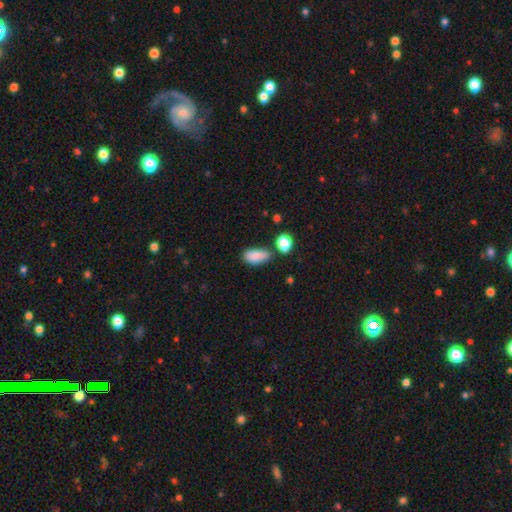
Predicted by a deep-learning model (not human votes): Smooth or featured: smooth — 85% (star or artifact — 8%)
How rounded: in between — 89% (cigar-shaped — 6%)
Merging: none — 63% (minor disturbance — 21%)